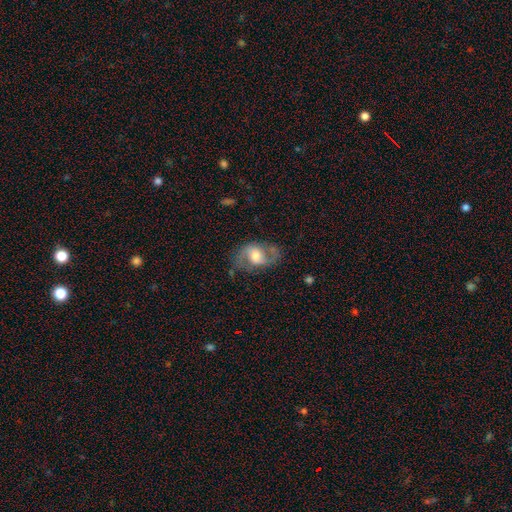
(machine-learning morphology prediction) Smooth or featured: featured or disk — 71% (smooth — 23%)
Edge-on disk: no — 96% (yes — 4%)
Bar: no — 48% (weak — 40%)
Spiral arms: yes — 86% (no — 14%)
Spiral winding: medium — 48% (loose — 39%)
Spiral arm count: 2 — 88% (can't tell — 5%)
Bulge size: moderate — 56% (large — 25%)
Merging: none — 66% (minor disturbance — 20%)